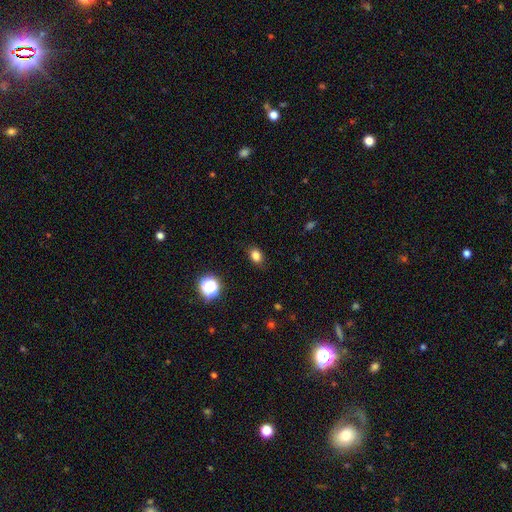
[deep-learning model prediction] Smooth or featured? Predicted: smooth (p=0.81). How rounded? Predicted: in between (p=0.66). Merging? Predicted: none (p=0.85).